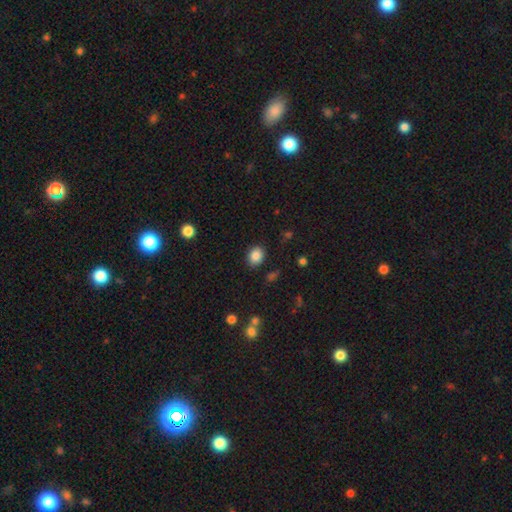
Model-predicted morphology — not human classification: Smooth or featured? smooth (86%)
How rounded? round (53%)
Merging? none (86%)